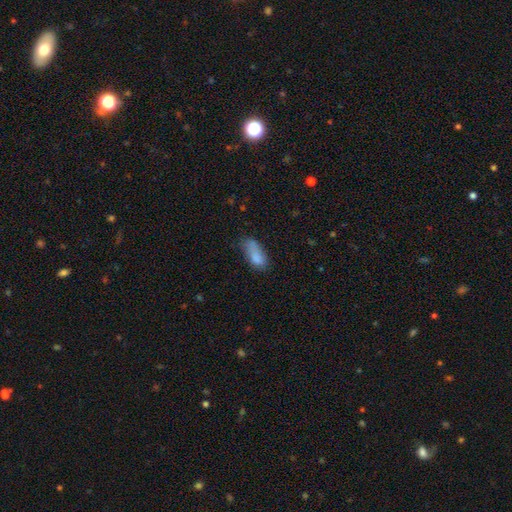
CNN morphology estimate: A smooth galaxy with no disk features (78%) that is in between round and cigar-shaped (84%).

Vote fractions:
- Smooth or featured? smooth: 78% / featured or disk: 12% / star or artifact: 10%
- How rounded? in between: 84% / cigar-shaped: 12% / round: 3%
- Merging? none: 37% / minor disturbance: 34% / major disturbance: 20% / merger: 9%